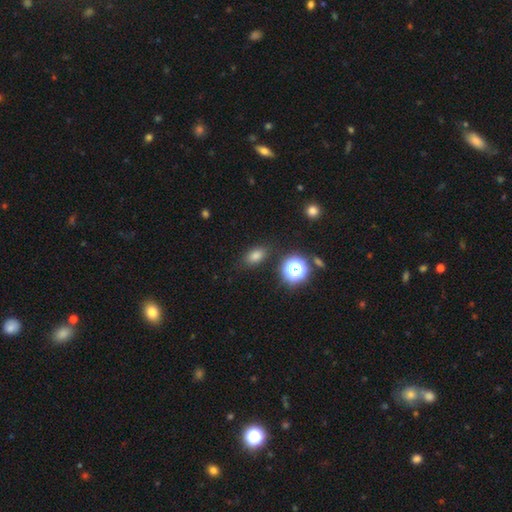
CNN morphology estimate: A smooth galaxy with no disk features (72%) that is in between round and cigar-shaped (77%). Merging: none (83%).